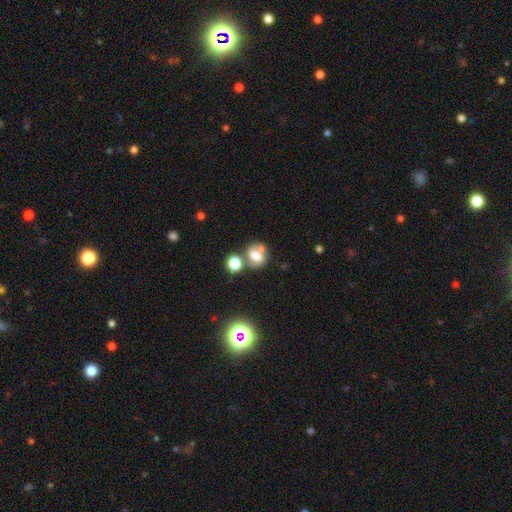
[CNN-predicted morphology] Smooth or featured? Predicted: smooth (p=0.58). How rounded? Predicted: round (p=0.60). Merging? Predicted: none (p=0.47).